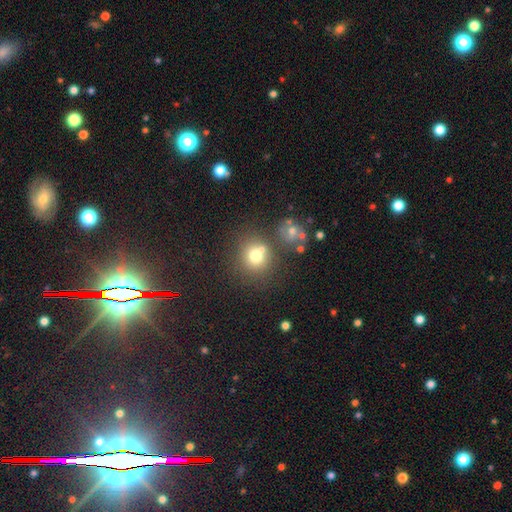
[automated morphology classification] smooth 72%, star or artifact 15%, featured or disk 13%. Down the decision tree: how rounded — round (86%); merging — none (61%).